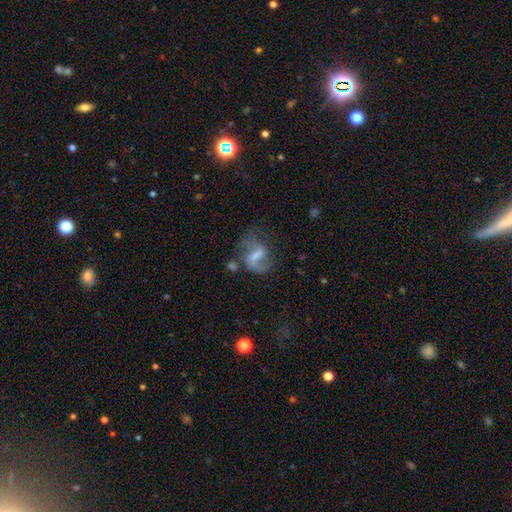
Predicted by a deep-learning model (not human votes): Smooth or featured? featured or disk (64%)
Edge-on disk? no (96%)
Bar? weak (49%)
Spiral arms? yes (77%)
Bulge size? moderate (32%)
Merging? none (43%)